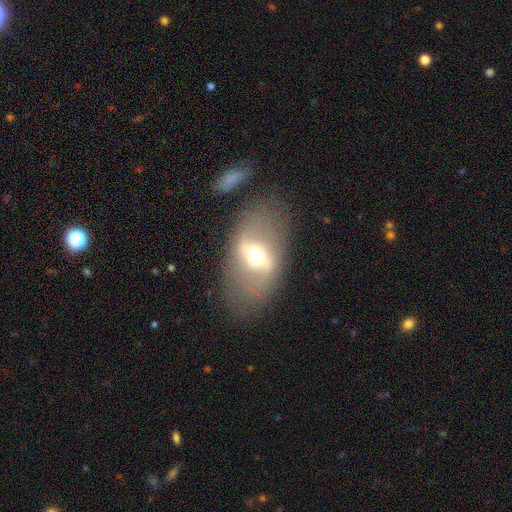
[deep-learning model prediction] Overall: featured or disk (60%; smooth 32%). Edge-on disk: no (81%). Merging: none (75%).